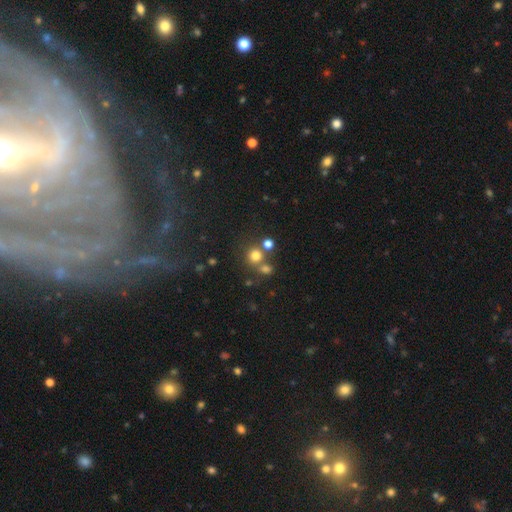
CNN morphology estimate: Smooth or featured: smooth — 73% (star or artifact — 19%)
How rounded: round — 89% (in between — 10%)
Merging: none — 63% (merger — 25%)